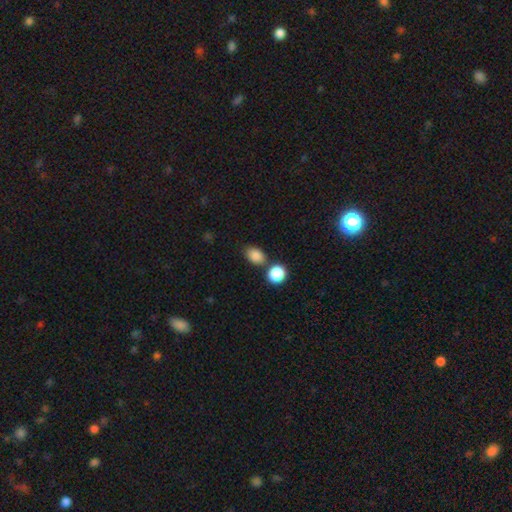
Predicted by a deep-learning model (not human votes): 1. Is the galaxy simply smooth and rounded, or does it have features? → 85% smooth, 10% star or artifact, 5% featured or disk.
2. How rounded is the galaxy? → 73% in between, 26% round, 1% cigar-shaped.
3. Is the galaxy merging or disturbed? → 67% none, 15% merger, 14% minor disturbance, 4% major disturbance.